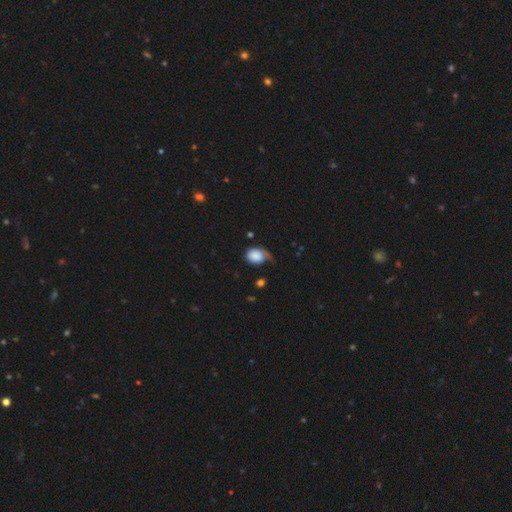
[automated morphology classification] Overall: smooth (81%). How rounded: in between (62%; round 37%). Merging: minor disturbance (37%, tied with none).